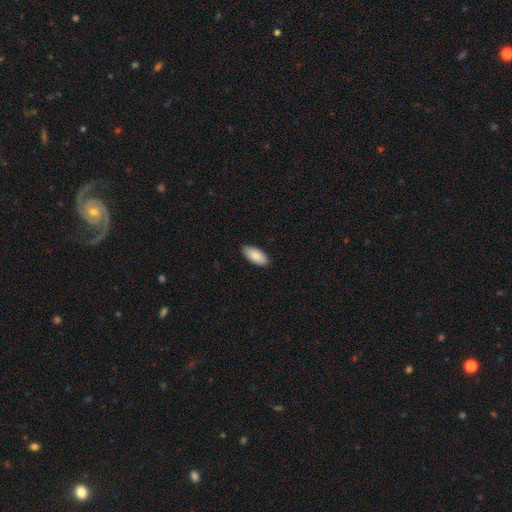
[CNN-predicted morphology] smooth 89%, featured or disk 6%, star or artifact 6%. Down the decision tree: how rounded — in between (91%); merging — none (87%).